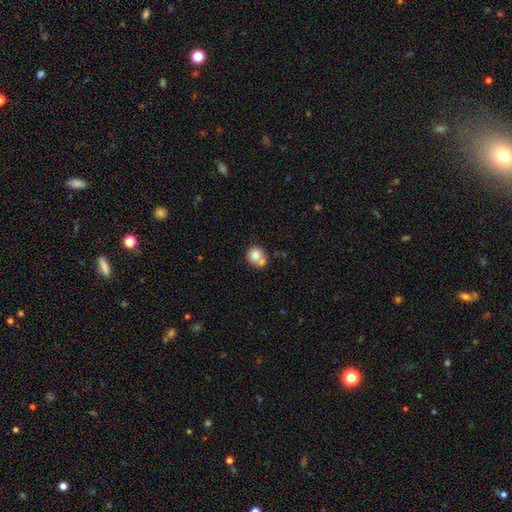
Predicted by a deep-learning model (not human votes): smooth-or-featured: smooth: 79% | featured or disk: 12% | star or artifact: 9%
  how-rounded: round: 83% | in between: 16% | cigar-shaped: 1%
  merging: none: 43% (tied) | merger: 43% (tied) | minor disturbance: 11% | major disturbance: 4%